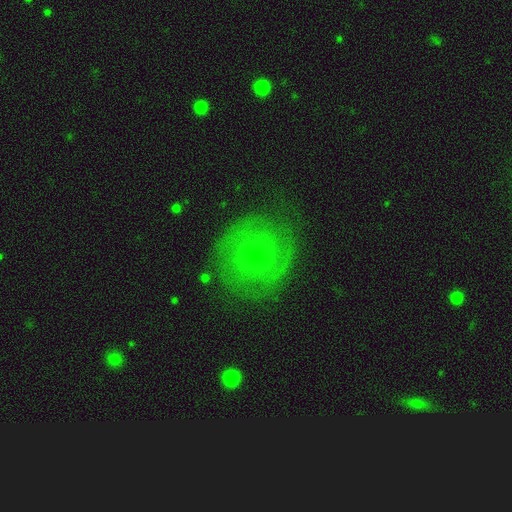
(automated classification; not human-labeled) Smooth or featured? Predicted: featured or disk (p=0.57). Edge-on disk? Predicted: no (p=0.95). Bar? Predicted: no (p=0.53). Spiral arms? Predicted: no (p=0.53). Bulge size? Predicted: moderate (p=0.49). Merging? Predicted: none (p=0.76).